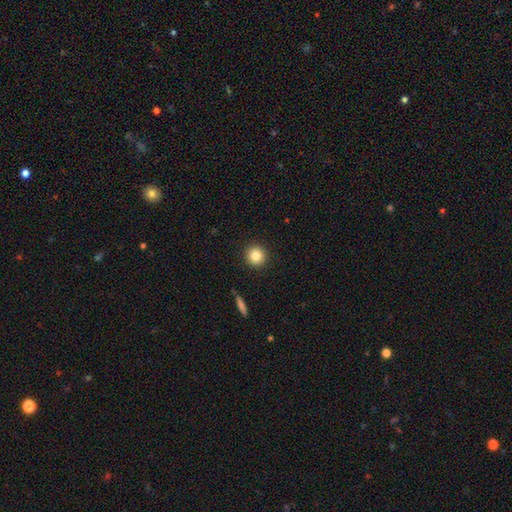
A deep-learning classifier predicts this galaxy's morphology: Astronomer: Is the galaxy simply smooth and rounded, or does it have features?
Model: smooth — 83%.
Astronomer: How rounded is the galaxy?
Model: round — 95%.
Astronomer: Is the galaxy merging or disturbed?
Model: none — 92%.